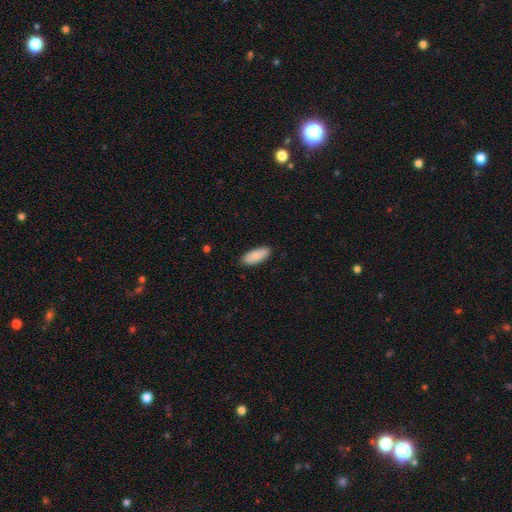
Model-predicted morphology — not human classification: smooth_or_featured: smooth (p=0.89) [alt: featured or disk p=0.06]
how_rounded: in between (p=0.82) [alt: cigar-shaped p=0.17]
merging: none (p=0.88) [alt: minor disturbance p=0.09]